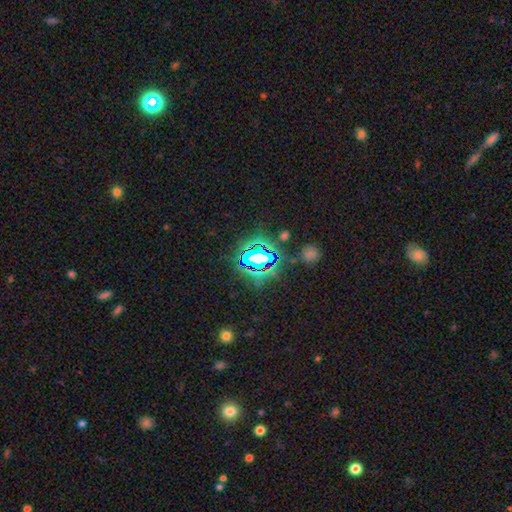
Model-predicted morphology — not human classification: Smooth or featured: star or artifact — 72% (smooth — 16%)